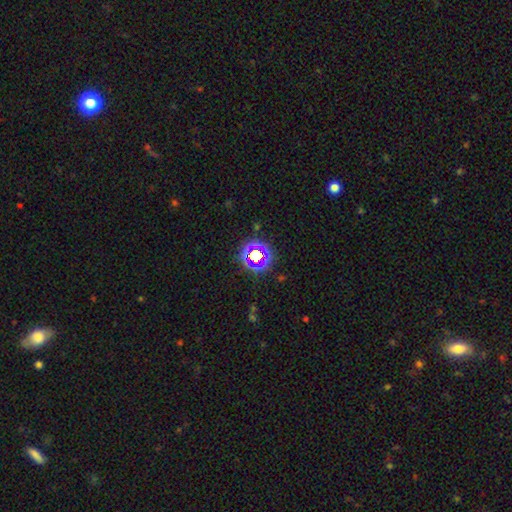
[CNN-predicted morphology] Smooth or featured? star or artifact (63%)